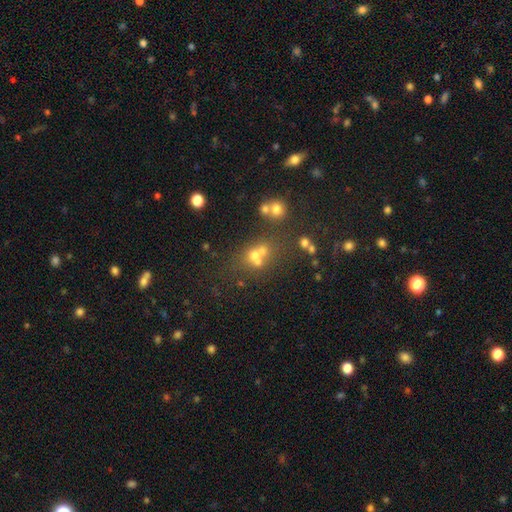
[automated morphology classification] type=smooth (51%); roundness=round (63%); merging=merger (44%).